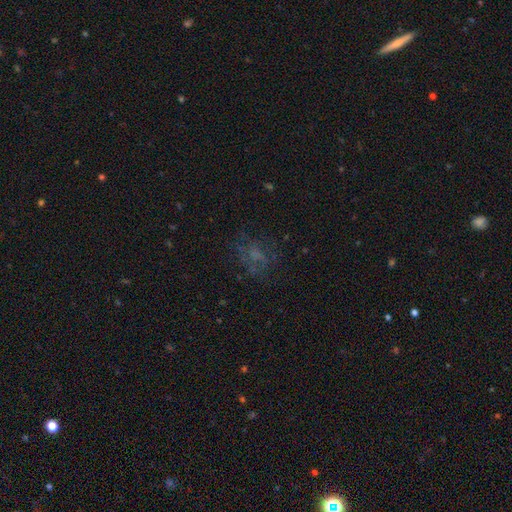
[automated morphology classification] type=smooth (38%); merging=none (59%).